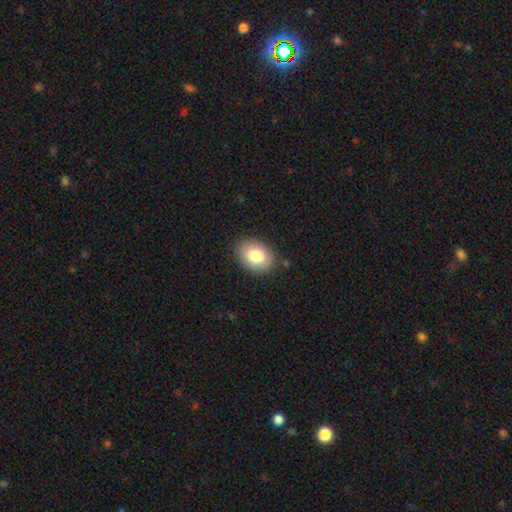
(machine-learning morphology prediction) Smooth or featured? Predicted: smooth (p=0.83). How rounded? Predicted: in between (p=0.78). Merging? Predicted: none (p=0.85).